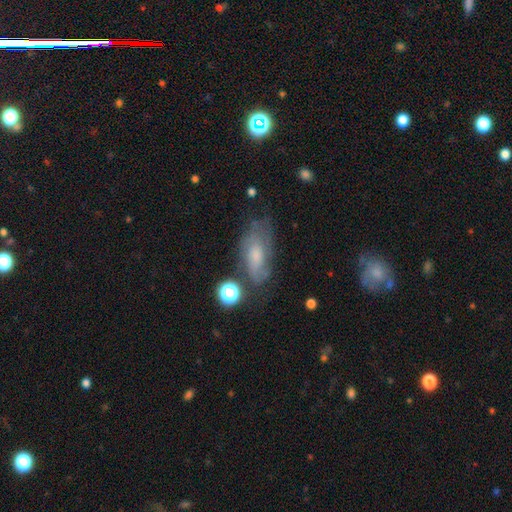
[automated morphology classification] smooth-or-featured: featured or disk: 45% | smooth: 44% | star or artifact: 11%
  merging: none: 56% | minor disturbance: 26% | major disturbance: 14% | merger: 5%